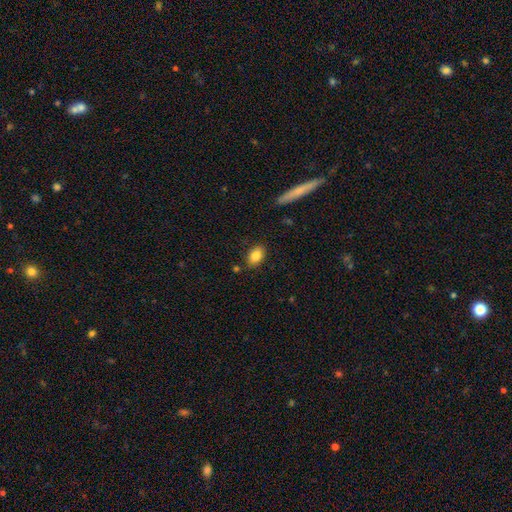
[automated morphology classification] Smooth or featured? Predicted: smooth (p=0.84). How rounded? Predicted: in between (p=0.84). Merging? Predicted: none (p=0.83).